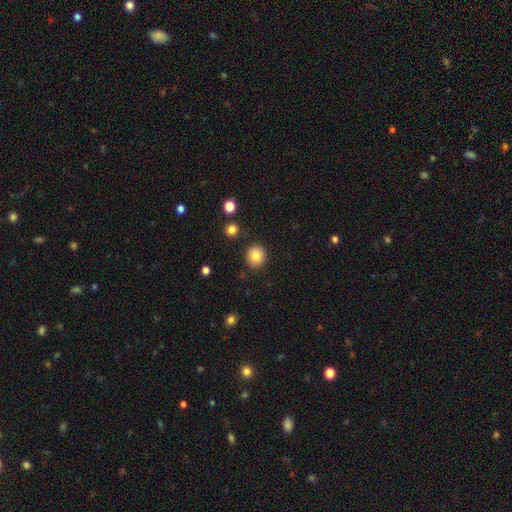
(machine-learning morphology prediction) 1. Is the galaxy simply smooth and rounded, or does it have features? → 84% smooth, 9% star or artifact, 7% featured or disk.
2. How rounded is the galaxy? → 86% round, 13% in between, 1% cigar-shaped.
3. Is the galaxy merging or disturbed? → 89% none, 7% minor disturbance, 2% major disturbance, 2% merger.